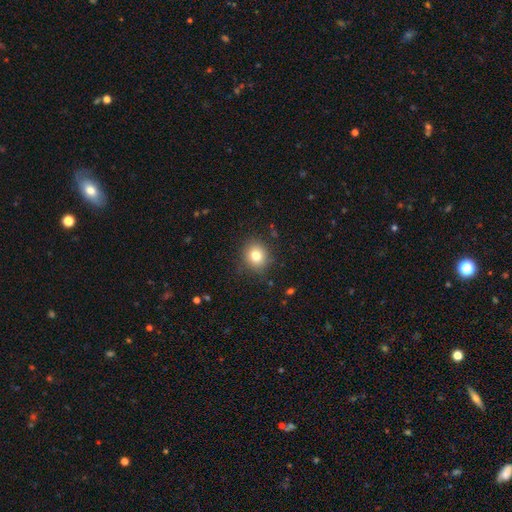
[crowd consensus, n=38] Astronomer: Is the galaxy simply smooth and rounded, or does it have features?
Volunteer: smooth — 71%.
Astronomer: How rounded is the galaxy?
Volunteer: round — 85%.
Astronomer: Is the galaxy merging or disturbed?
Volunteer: none — 82%.